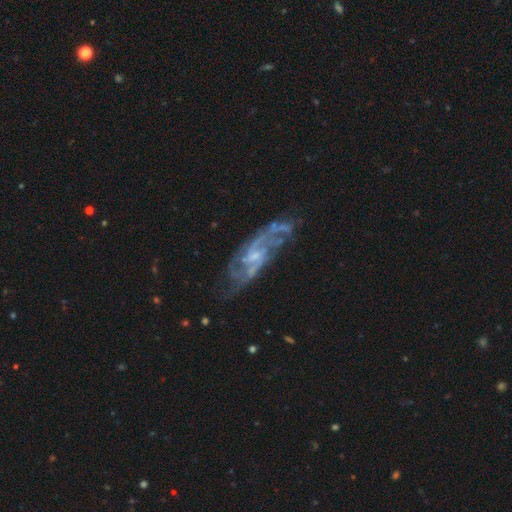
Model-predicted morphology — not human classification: Smooth or featured?
  - featured or disk: 86% *
  - smooth: 7%
  - star or artifact: 7%
Edge-on disk?
  - no: 90% *
  - yes: 10%
Bar?
  - weak: 50% *
  - no: 38%
  - strong: 12%
Spiral arms?
  - yes: 94% *
  - no: 6%
Spiral winding?
  - medium: 48% *
  - tight: 29%
  - loose: 22%
Spiral arm count?
  - 2: 40% *
  - can't tell: 25%
  - 3: 17%
  - 4: 9%
  - 1: 5%
  - more than 4: 5%
Bulge size?
  - small: 59% *
  - moderate: 26%
  - none: 13%
  - large: 2%
  - dominant: 1%
Merging?
  - none: 64% *
  - minor disturbance: 20%
  - major disturbance: 13%
  - merger: 3%